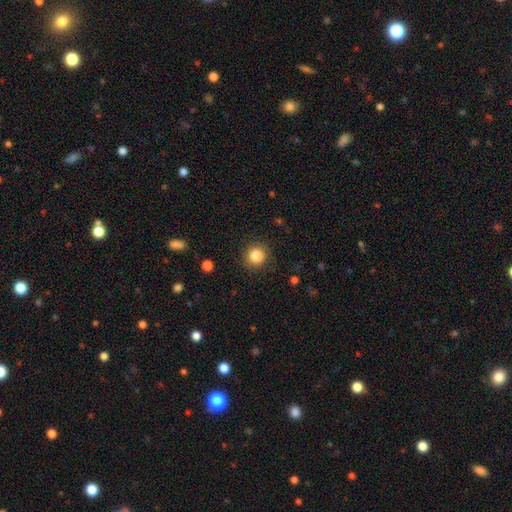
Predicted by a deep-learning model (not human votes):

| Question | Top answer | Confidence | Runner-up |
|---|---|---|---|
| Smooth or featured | smooth | 84% | star or artifact (11%) |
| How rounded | round | 91% | in between (8%) |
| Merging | none | 90% | minor disturbance (7%) |